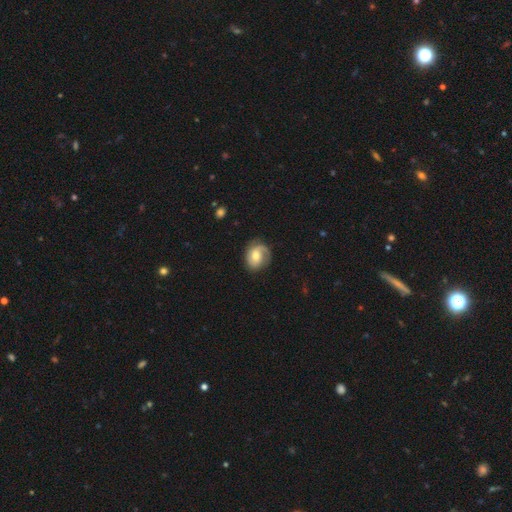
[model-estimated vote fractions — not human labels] Morphology: type=featured or disk (63%); edge-on=no (97%); bar=no (57%); spiral arms=yes (91%); winding=tight (42%); arm count=2 (44%); bulge=moderate (62%); merging=none (70%).